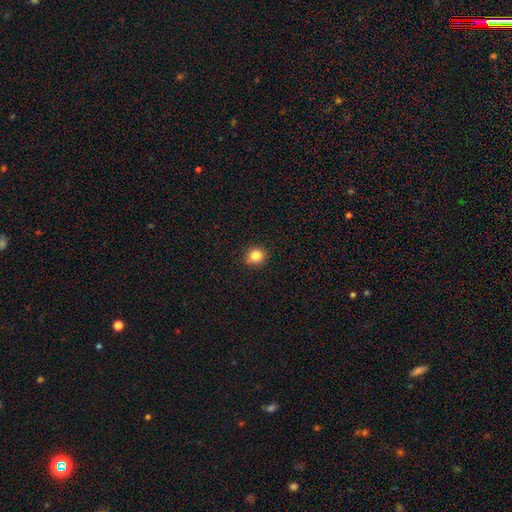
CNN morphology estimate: smooth 84%, star or artifact 11%, featured or disk 5%. Down the decision tree: how rounded — round (84%); merging — none (90%).